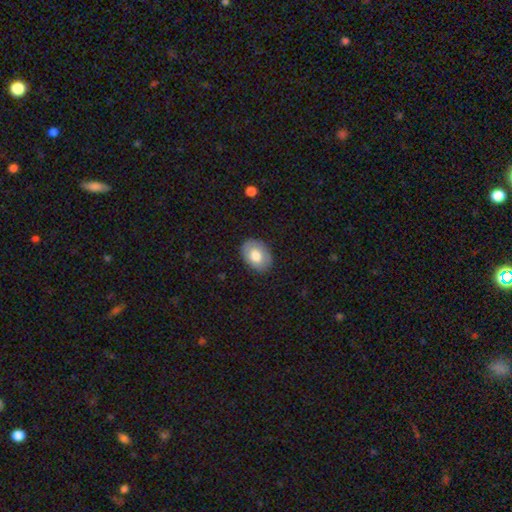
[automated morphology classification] Smooth or featured? Predicted: smooth (p=0.76). How rounded? Predicted: in between (p=0.76). Merging? Predicted: none (p=0.85).